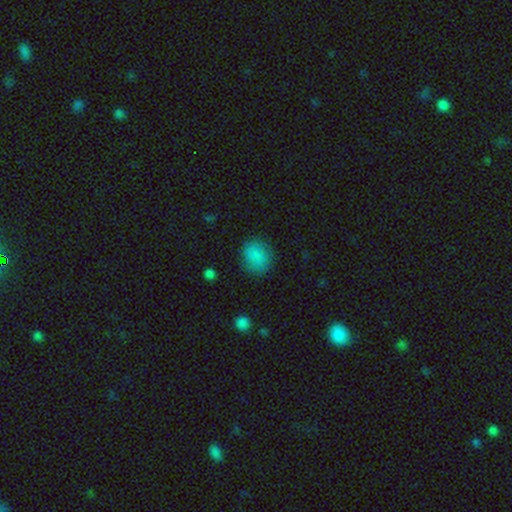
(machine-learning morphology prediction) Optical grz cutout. It shows a smooth galaxy with no disk features (84%) that is round (70%). Merging: none (80%).